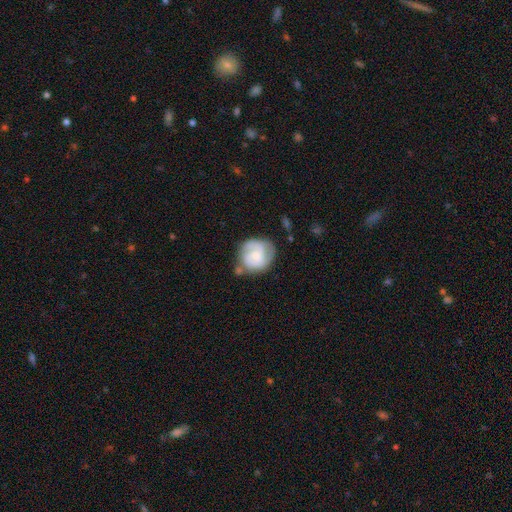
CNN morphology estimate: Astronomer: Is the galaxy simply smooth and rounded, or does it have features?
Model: featured or disk — 65%.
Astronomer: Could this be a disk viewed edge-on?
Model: no — 98%.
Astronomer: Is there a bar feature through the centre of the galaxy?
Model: no — 61%.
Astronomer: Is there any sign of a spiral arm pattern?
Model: yes — 89%.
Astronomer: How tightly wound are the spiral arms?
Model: tight — 49% (runner-up: medium, 39%).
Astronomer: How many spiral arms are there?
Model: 2 — 54%.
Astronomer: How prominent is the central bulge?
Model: small — 52% (runner-up: moderate, 33%).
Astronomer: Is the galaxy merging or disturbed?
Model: none — 57%.